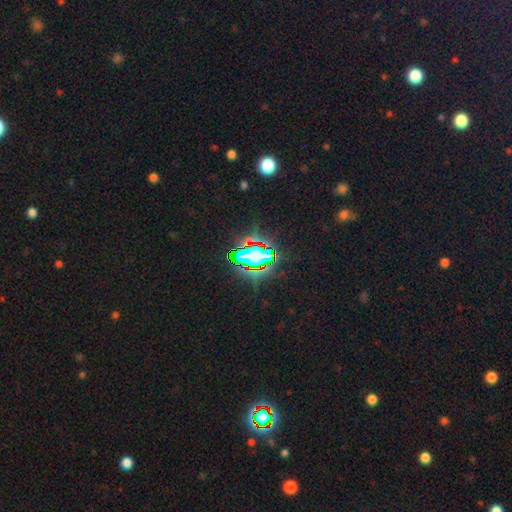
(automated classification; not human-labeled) The model was most divided on "smooth or featured": star or artifact: 67%, smooth: 20%, featured or disk: 12%.